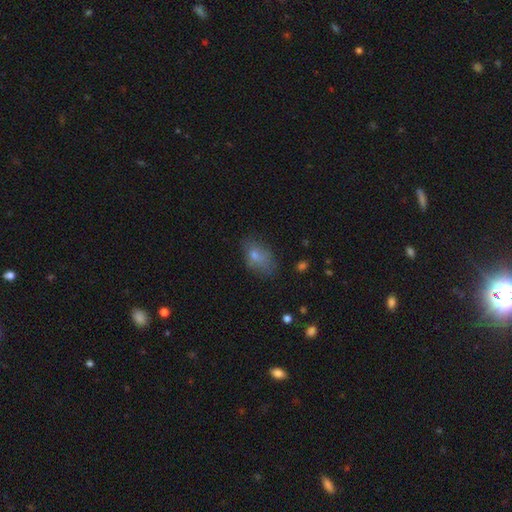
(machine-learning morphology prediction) Q: Smooth or featured?
A: smooth (70%); runner-up: featured or disk (17%)
Q: How rounded?
A: in between (84%); runner-up: round (14%)
Q: Merging?
A: none (64%); runner-up: minor disturbance (25%)